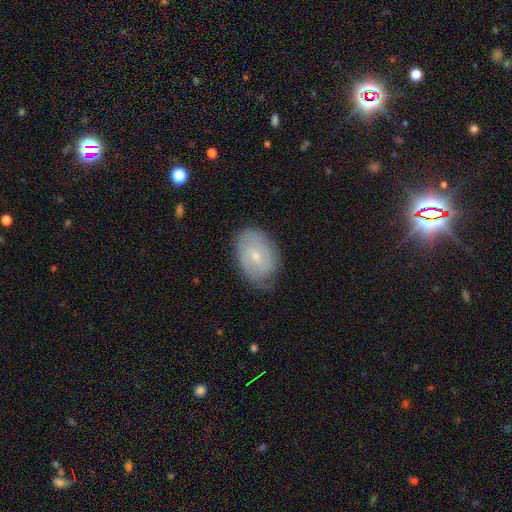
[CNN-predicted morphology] Smooth or featured?
  - featured or disk: 56% *
  - smooth: 38%
  - star or artifact: 7%
Edge-on disk?
  - no: 95% *
  - yes: 5%
Bar?
  - no: 63% *
  - weak: 32%
  - strong: 5%
Spiral arms?
  - yes: 76% *
  - no: 24%
Bulge size?
  - small: 64% *
  - moderate: 33%
  - none: 2%
  - large: 1%
  - dominant: 1%
Merging?
  - none: 68% *
  - minor disturbance: 24%
  - major disturbance: 6%
  - merger: 1%